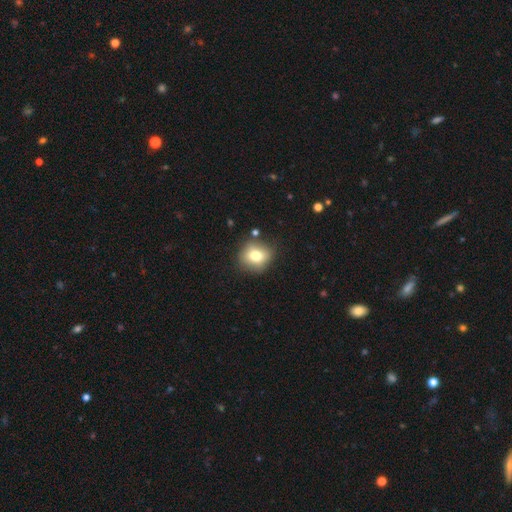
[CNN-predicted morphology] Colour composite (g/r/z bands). It shows a smooth galaxy with no disk features (74%) that is round (79%). Merging: none (80%).